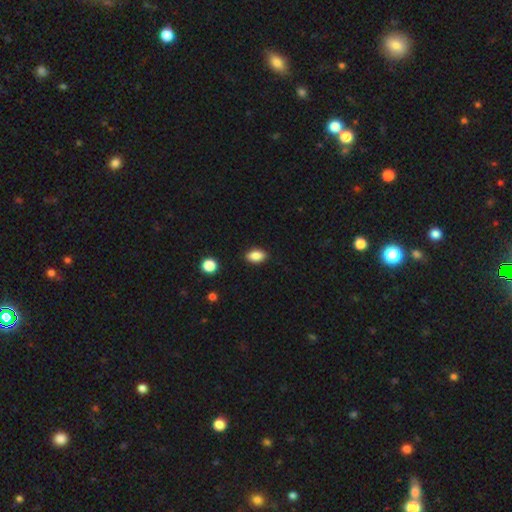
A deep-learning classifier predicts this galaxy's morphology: Smooth or featured? Predicted: smooth (p=0.86). How rounded? Predicted: in between (p=0.89). Merging? Predicted: none (p=0.88).